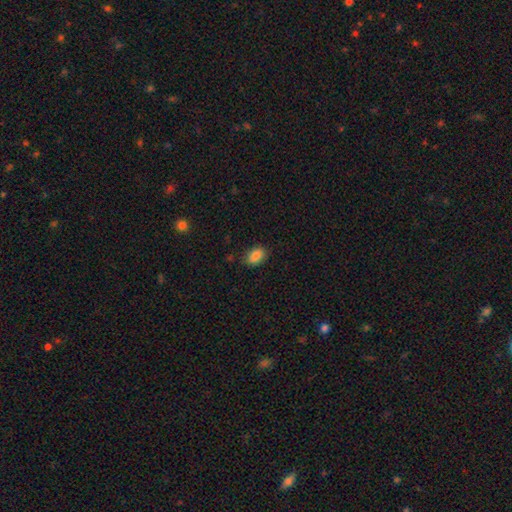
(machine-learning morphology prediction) smooth 86%, star or artifact 8%, featured or disk 5%. Down the decision tree: how rounded — in between (86%); merging — none (84%).